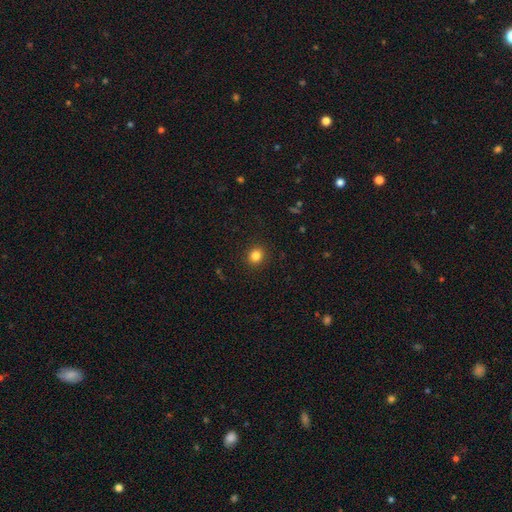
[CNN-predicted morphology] Q: Smooth or featured?
A: smooth (83%); runner-up: star or artifact (12%)
Q: How rounded?
A: round (86%); runner-up: in between (13%)
Q: Merging?
A: none (92%); runner-up: minor disturbance (6%)